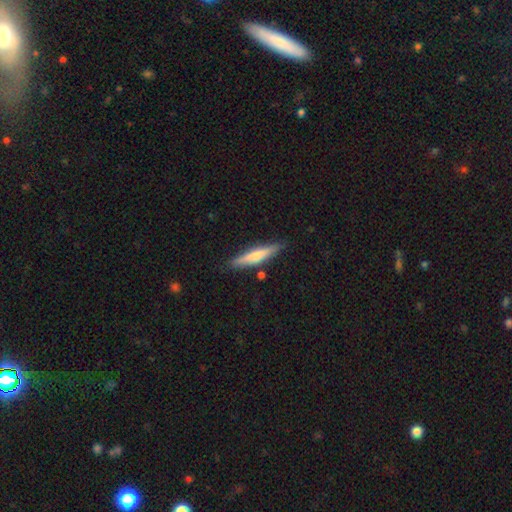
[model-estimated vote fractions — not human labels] smooth-or-featured: smooth: 56% | featured or disk: 38% | star or artifact: 6%
  how-rounded: cigar-shaped: 90% | in between: 8% | round: 1%
  merging: none: 86% | minor disturbance: 10% | merger: 3% | major disturbance: 2%